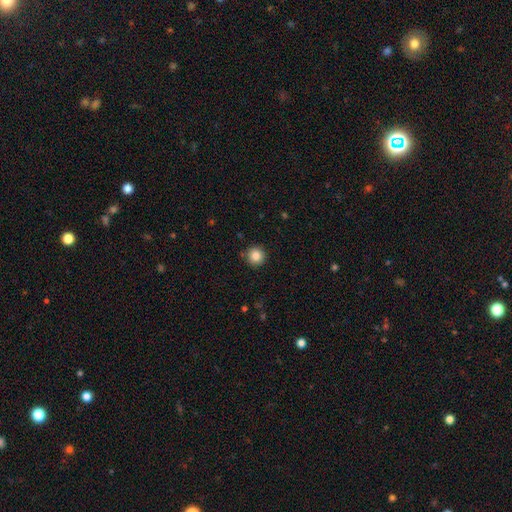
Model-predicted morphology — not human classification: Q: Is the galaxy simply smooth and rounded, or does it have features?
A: smooth — 85%.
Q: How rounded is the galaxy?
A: round — 95%.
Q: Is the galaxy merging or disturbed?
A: none — 90%.